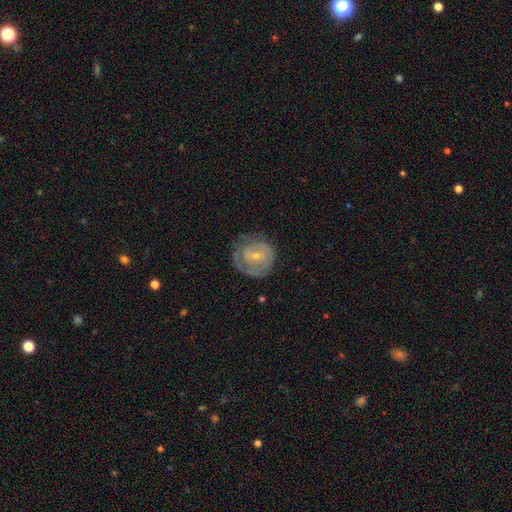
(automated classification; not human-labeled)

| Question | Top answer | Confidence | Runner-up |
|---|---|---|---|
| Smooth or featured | featured or disk | 64% | smooth (30%) |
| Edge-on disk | no | 97% | yes (3%) |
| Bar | no | 51% | weak (39%) |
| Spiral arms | yes | 66% | no (34%) |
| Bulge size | small | 63% | moderate (33%) |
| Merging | none | 63% | minor disturbance (23%) |